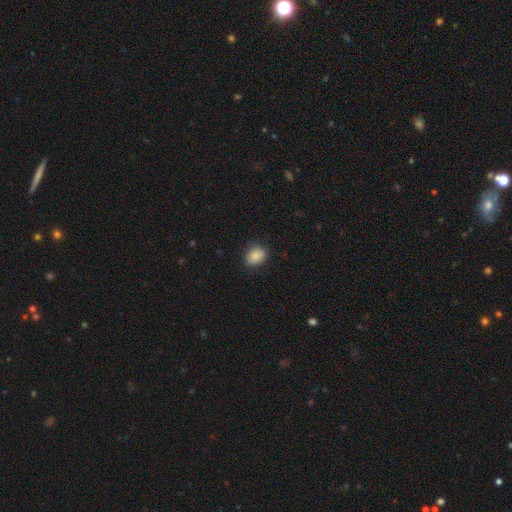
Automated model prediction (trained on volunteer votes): Smooth or featured: smooth — 85% (star or artifact — 9%)
How rounded: in between — 56% (round — 43%)
Merging: none — 77% (minor disturbance — 19%)